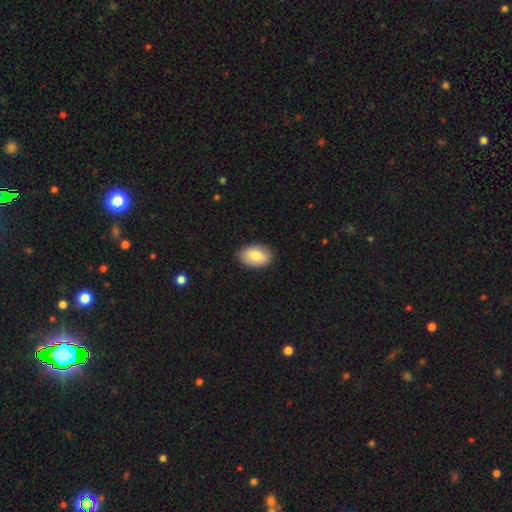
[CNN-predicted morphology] Overall: smooth (82%). How rounded: in between (88%). Merging: none (86%).